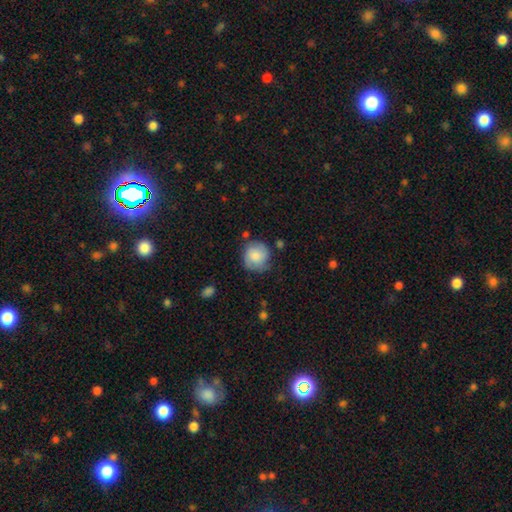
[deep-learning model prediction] Smooth or featured: smooth — 69% (featured or disk — 23%)
How rounded: round — 88% (in between — 11%)
Merging: none — 68% (minor disturbance — 23%)